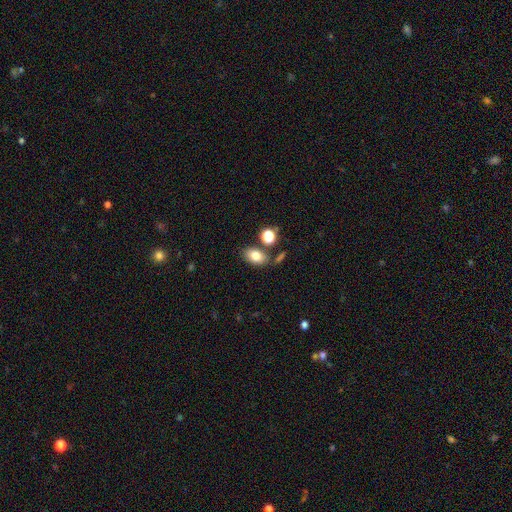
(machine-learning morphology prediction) smooth_or_featured: smooth (p=0.79) [alt: featured or disk p=0.11]
how_rounded: in between (p=0.85) [alt: round p=0.14]
merging: none (p=0.70) [alt: minor disturbance p=0.13]